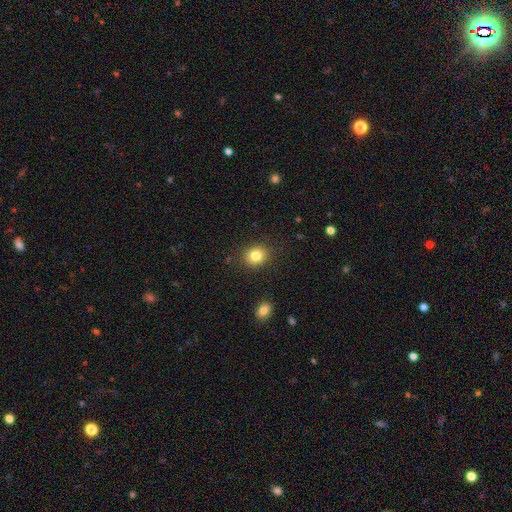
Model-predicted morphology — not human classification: A smooth galaxy with no disk features (83%) that is round (68%). Merging: none (88%).